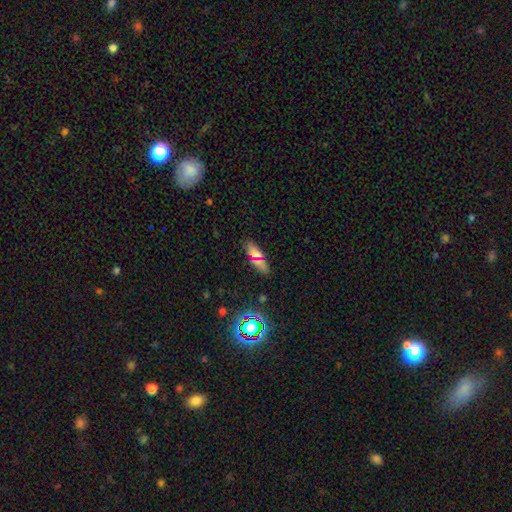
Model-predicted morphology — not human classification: This is possibly a smooth galaxy (53%). How rounded: possibly cigar-shaped (59%). Merging: likely none (77%).